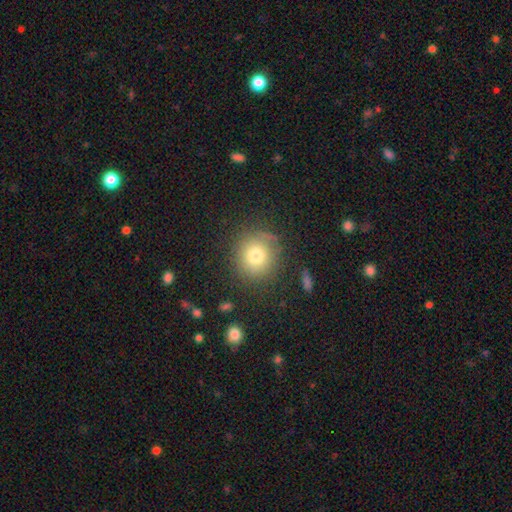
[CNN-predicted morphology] This appears to be a smooth galaxy with no disk features (76%) that is round (90%). Merging: none (82%).